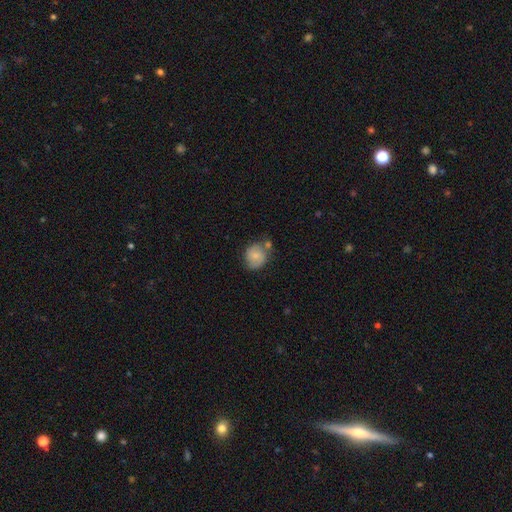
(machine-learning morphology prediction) smooth 64%, featured or disk 28%, star or artifact 8%. Down the decision tree: how rounded — round (75%); merging — none (59%).